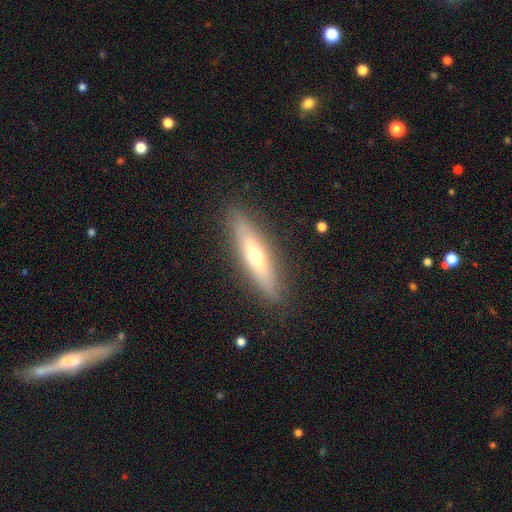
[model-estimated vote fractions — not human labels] Q: Smooth or featured?
A: featured or disk (48%); runner-up: smooth (45%)
Q: Merging?
A: none (87%); runner-up: minor disturbance (9%)